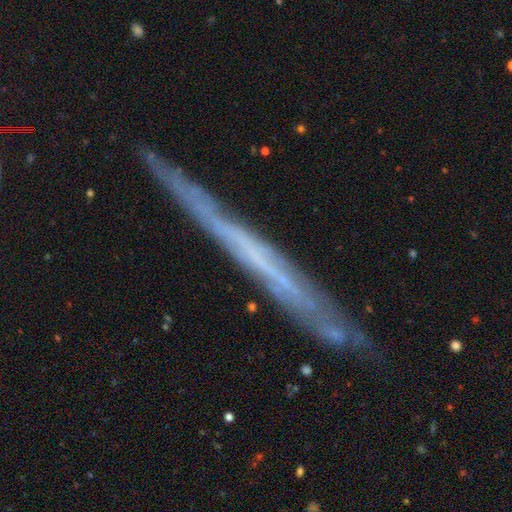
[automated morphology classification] A featured or disk galaxy (64%) viewed edge-on (92%) with no central bulge (90%).

Vote fractions:
- Smooth or featured? featured or disk: 64% / smooth: 23% / star or artifact: 12%
- Edge-on disk? yes: 92% / no: 8%
- Edge-on bulge? none: 90% / rounded: 6% / boxy: 4%
- Merging? none: 84% / minor disturbance: 12% / major disturbance: 2% / merger: 2%